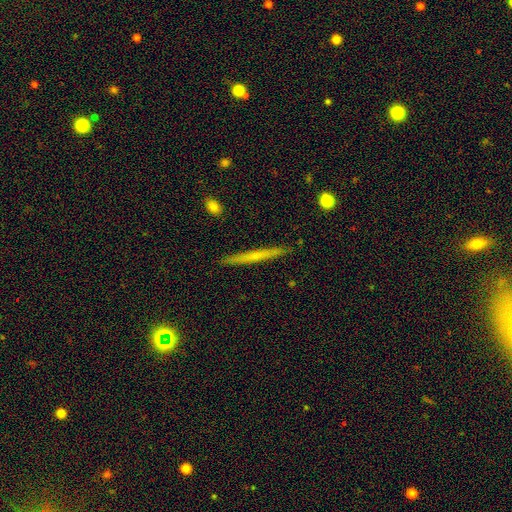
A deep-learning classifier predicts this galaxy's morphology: A featured or disk galaxy (48%).

Vote fractions:
- Smooth or featured? featured or disk: 48% / smooth: 45% / star or artifact: 7%
- Merging? none: 91% / minor disturbance: 6% / major disturbance: 1% / merger: 1%